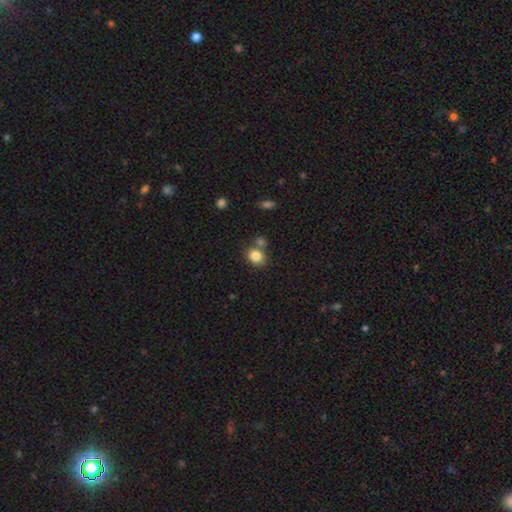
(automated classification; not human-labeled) smooth 83%, star or artifact 10%, featured or disk 6%. Down the decision tree: how rounded — round (59%); merging — none (59%).